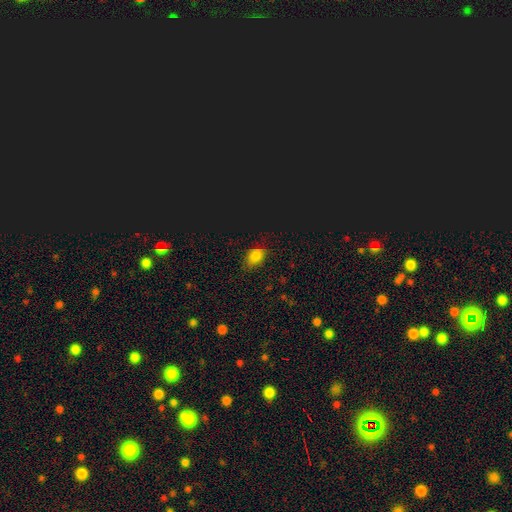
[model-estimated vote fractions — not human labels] Morphology: type=smooth (76%); roundness=in between (74%); merging=none (69%).